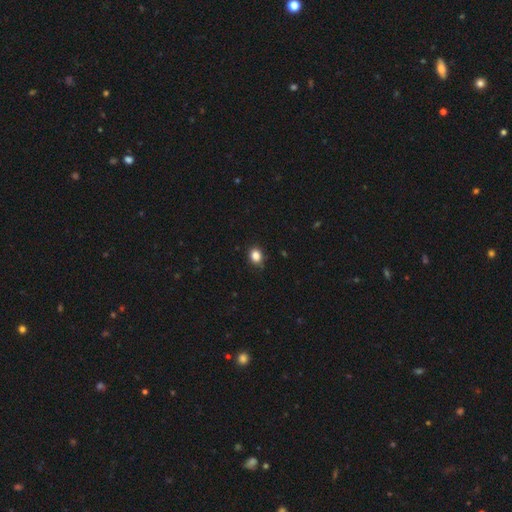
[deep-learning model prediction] Morphology: type=smooth (86%); roundness=round (50%); merging=none (82%).